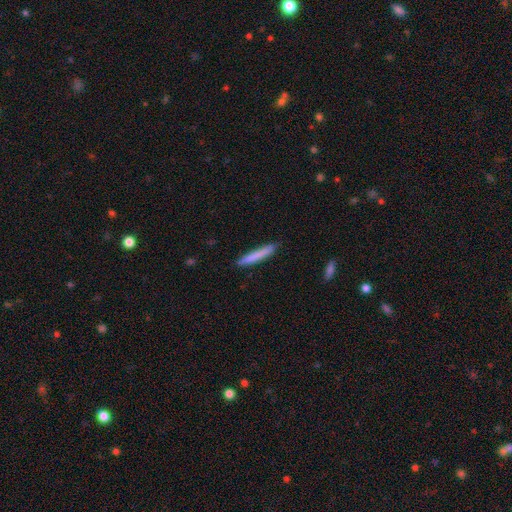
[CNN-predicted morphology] Smooth or featured: smooth — 78% (featured or disk — 16%)
How rounded: cigar-shaped — 95% (in between — 4%)
Merging: none — 87% (minor disturbance — 10%)